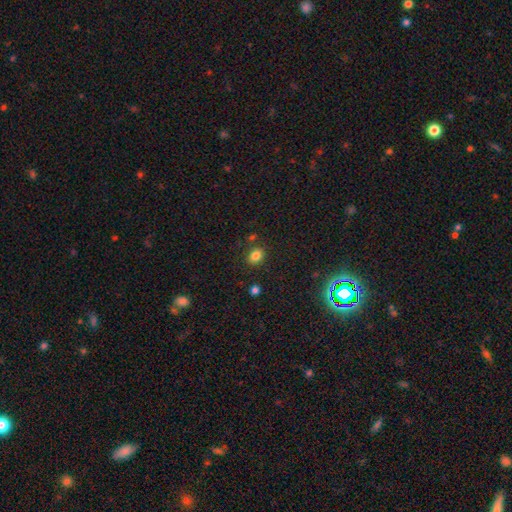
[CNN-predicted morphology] Q: Smooth or featured?
A: smooth (81%); runner-up: star or artifact (13%)
Q: How rounded?
A: in between (52%); runner-up: round (47%)
Q: Merging?
A: none (82%); runner-up: minor disturbance (10%)